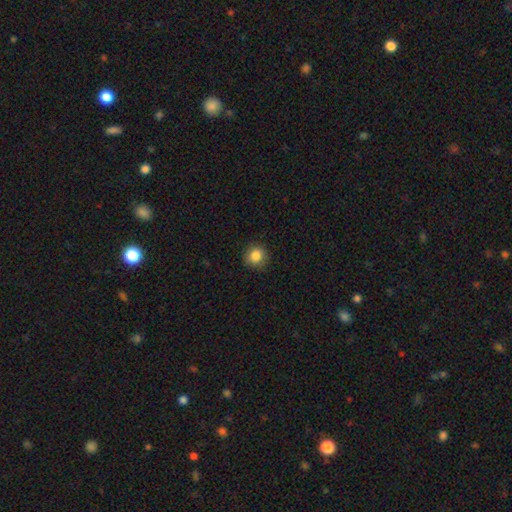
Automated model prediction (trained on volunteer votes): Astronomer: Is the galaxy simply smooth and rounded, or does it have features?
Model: smooth — 85%.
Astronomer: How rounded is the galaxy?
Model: round — 90%.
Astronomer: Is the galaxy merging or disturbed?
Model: none — 87%.